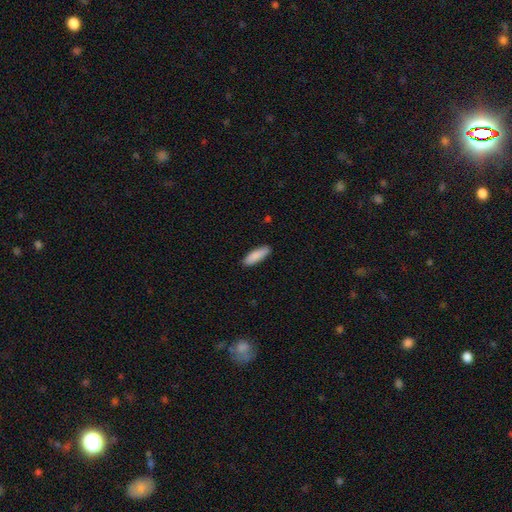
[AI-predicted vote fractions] This appears to be a smooth galaxy with no disk features (89%) that is in between round and cigar-shaped (51%). Merging: none (89%).